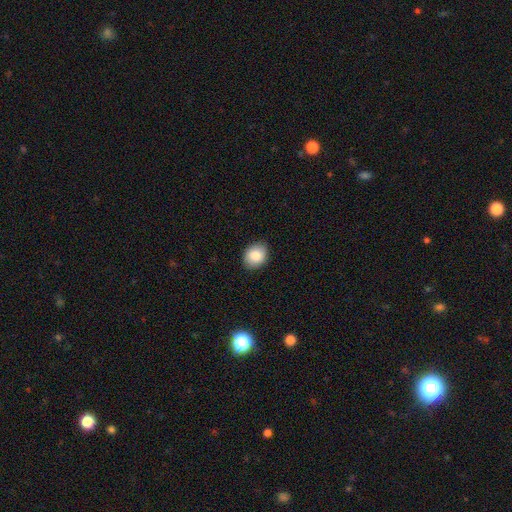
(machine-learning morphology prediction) smooth-or-featured: smooth: 85% | star or artifact: 8% | featured or disk: 7%
  how-rounded: in between: 54% | round: 46% | cigar-shaped: 1%
  merging: none: 87% | minor disturbance: 10% | major disturbance: 2% | merger: 1%